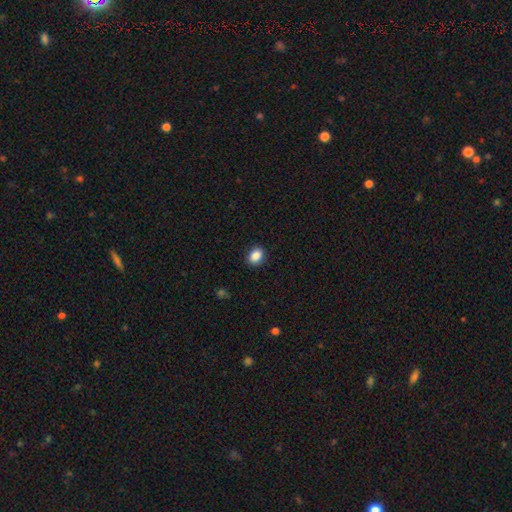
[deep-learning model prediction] Smooth or featured? Predicted: smooth (p=0.88). How rounded? Predicted: in between (p=0.73). Merging? Predicted: none (p=0.89).